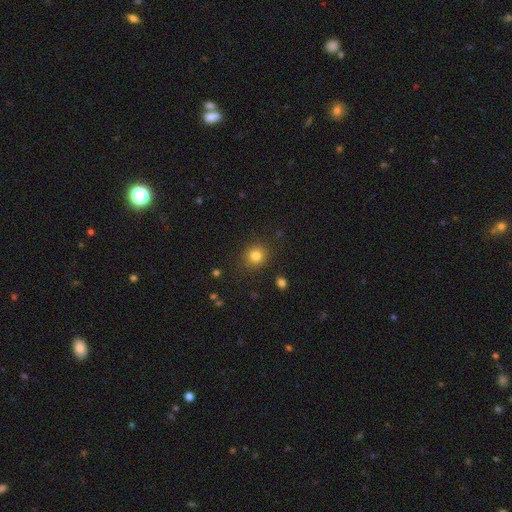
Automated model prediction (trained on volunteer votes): Q: Smooth or featured?
A: smooth (81%); runner-up: star or artifact (12%)
Q: How rounded?
A: round (85%); runner-up: in between (14%)
Q: Merging?
A: none (87%); runner-up: minor disturbance (9%)